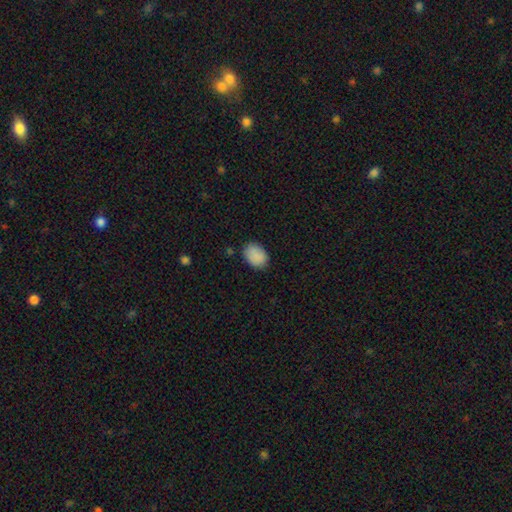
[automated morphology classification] smooth 89%, star or artifact 8%, featured or disk 4%. Down the decision tree: how rounded — in between (76%); merging — none (80%).